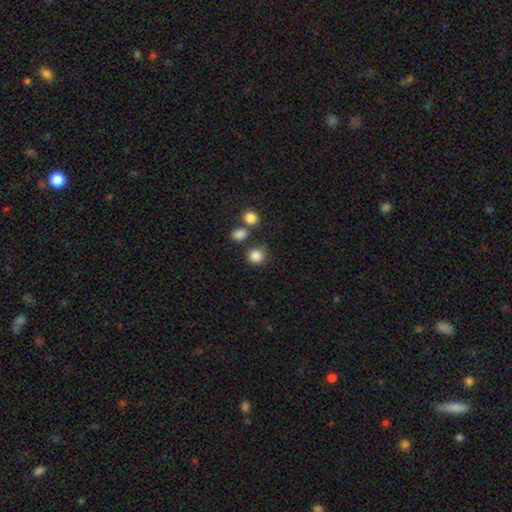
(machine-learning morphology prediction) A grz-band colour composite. It shows a smooth galaxy with no disk features (85%) that is round (87%). Merging: none (72%).